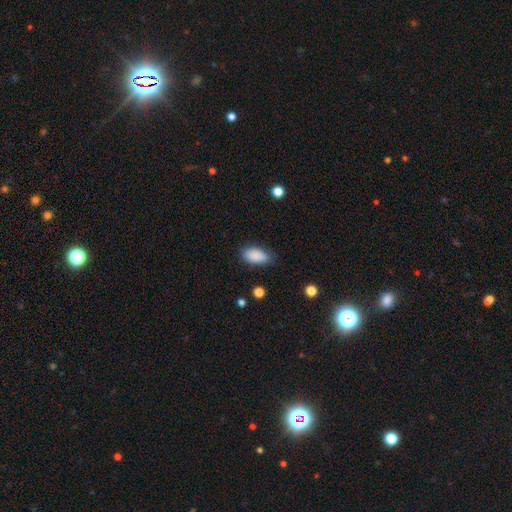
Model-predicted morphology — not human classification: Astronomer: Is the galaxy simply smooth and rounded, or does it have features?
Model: smooth — 88%.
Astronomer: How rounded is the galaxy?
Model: in between — 91%.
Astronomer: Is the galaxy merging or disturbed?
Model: none — 77%.